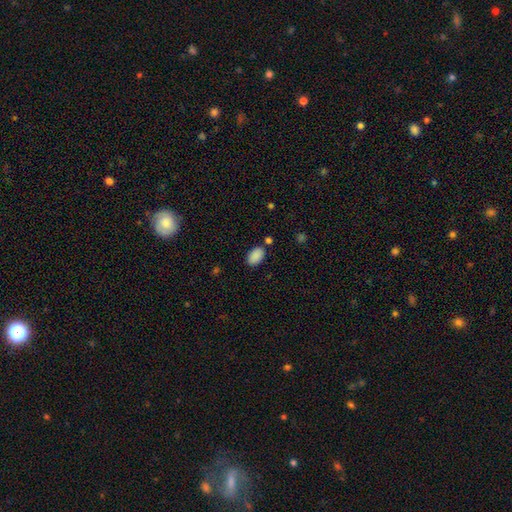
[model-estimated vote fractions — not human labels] Q: Smooth or featured?
A: smooth (89%); runner-up: star or artifact (8%)
Q: How rounded?
A: in between (92%); runner-up: round (7%)
Q: Merging?
A: none (80%); runner-up: minor disturbance (12%)